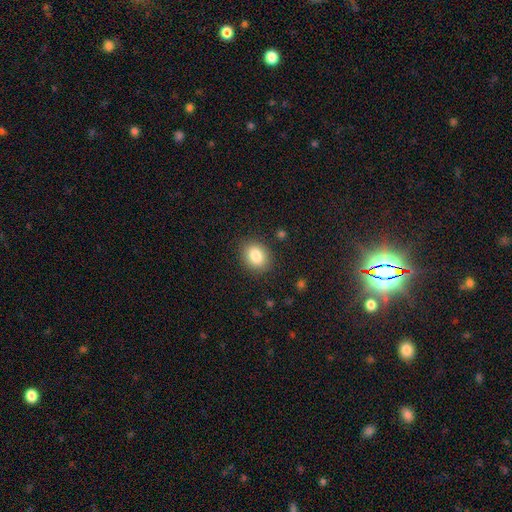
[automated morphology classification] Smooth or featured? Predicted: smooth (p=0.84). How rounded? Predicted: in between (p=0.52). Merging? Predicted: none (p=0.86).